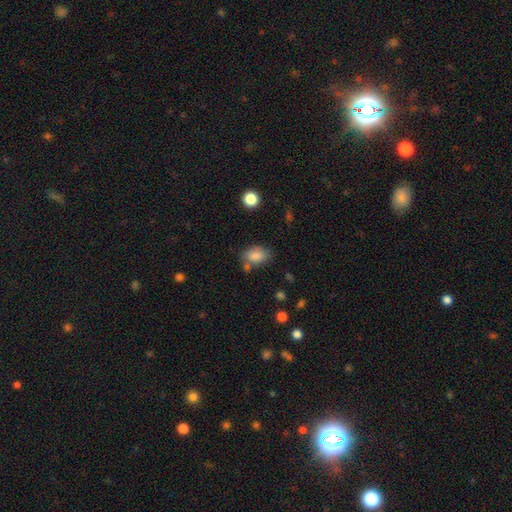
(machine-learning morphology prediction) Q: Smooth or featured?
A: smooth (83%); runner-up: star or artifact (9%)
Q: How rounded?
A: in between (82%); runner-up: round (17%)
Q: Merging?
A: none (66%); runner-up: minor disturbance (18%)